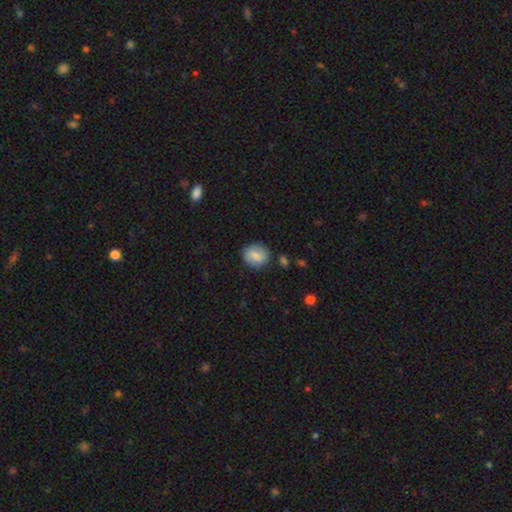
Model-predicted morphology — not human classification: smooth_or_featured: smooth (p=0.81) [alt: featured or disk p=0.11]
how_rounded: round (p=0.76) [alt: in between p=0.23]
merging: none (p=0.84) [alt: minor disturbance p=0.11]